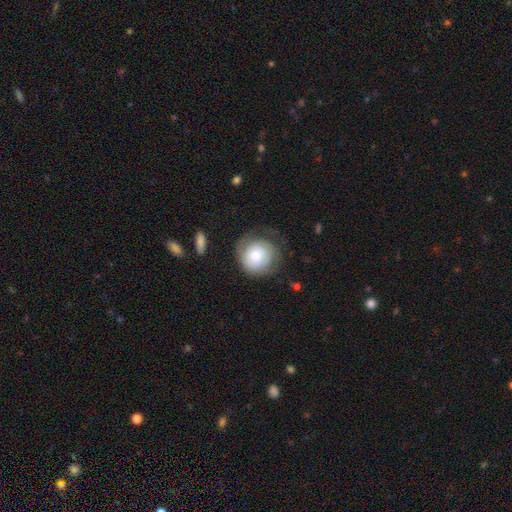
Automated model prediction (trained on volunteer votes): smooth_or_featured: smooth (p=0.60) [alt: featured or disk p=0.32]
how_rounded: round (p=0.91) [alt: in between p=0.08]
merging: none (p=0.56) [alt: minor disturbance p=0.23]